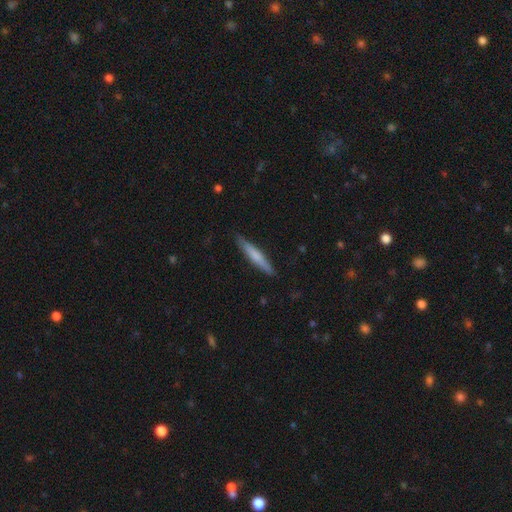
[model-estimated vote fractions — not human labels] A smooth galaxy with no disk features (64%) that is cigar-shaped (93%). Merging: none (87%).